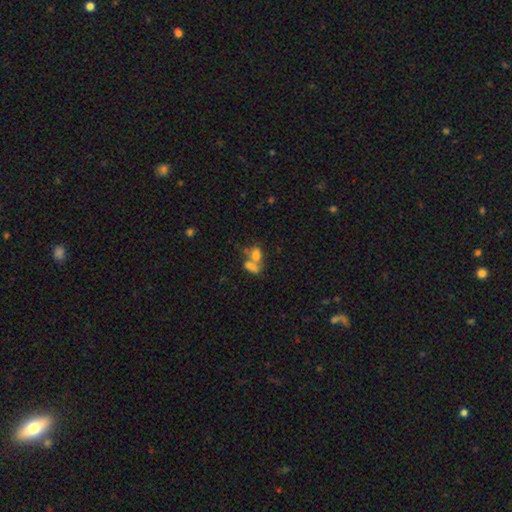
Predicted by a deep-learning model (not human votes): smooth 75%, featured or disk 14%, star or artifact 11%. Down the decision tree: how rounded — in between (79%); merging — merger (58%).